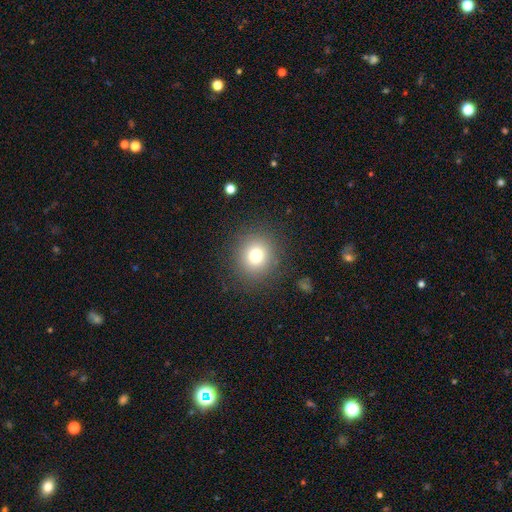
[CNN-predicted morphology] The model was most divided on "smooth or featured": smooth: 78%, star or artifact: 13%, featured or disk: 9%. More confident: merging — none (88%); how rounded — round (87%).